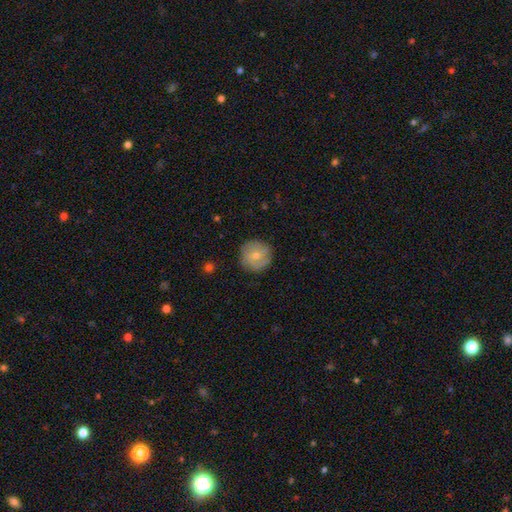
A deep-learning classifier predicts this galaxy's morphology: Smooth or featured? Predicted: featured or disk (p=0.52). Edge-on disk? Predicted: no (p=0.98). Bar? Predicted: no (p=0.61). Spiral arms? Predicted: yes (p=0.83). Bulge size? Predicted: small (p=0.54). Merging? Predicted: none (p=0.83).